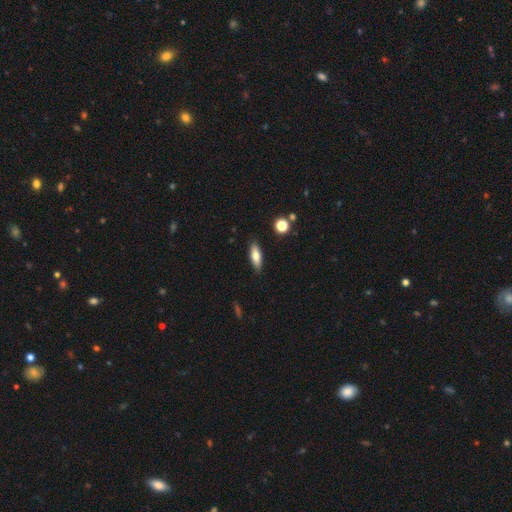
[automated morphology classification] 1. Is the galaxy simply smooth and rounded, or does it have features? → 73% smooth, 20% featured or disk, 7% star or artifact.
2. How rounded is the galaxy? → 61% in between, 36% cigar-shaped, 3% round.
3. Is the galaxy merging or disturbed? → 87% none, 9% minor disturbance, 2% major disturbance, 1% merger.